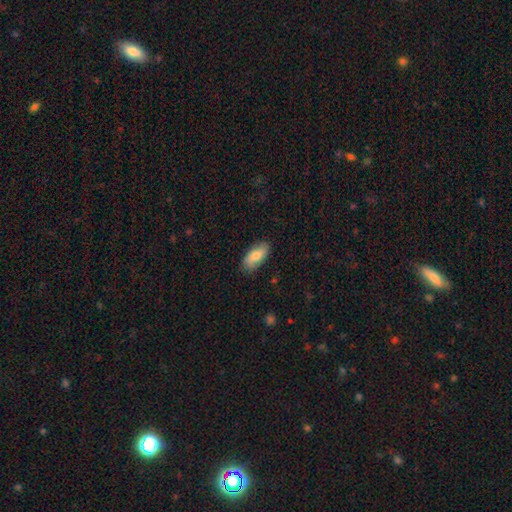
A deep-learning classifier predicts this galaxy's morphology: smooth 77%, featured or disk 17%, star or artifact 6%. Down the decision tree: how rounded — in between (88%); merging — none (82%).